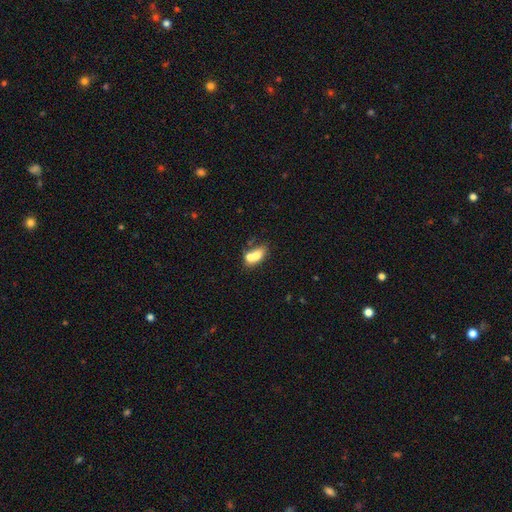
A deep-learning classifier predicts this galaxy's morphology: Smooth or featured: smooth — 69% (featured or disk — 22%)
How rounded: in between — 78% (round — 16%)
Merging: merger — 55% (none — 28%)